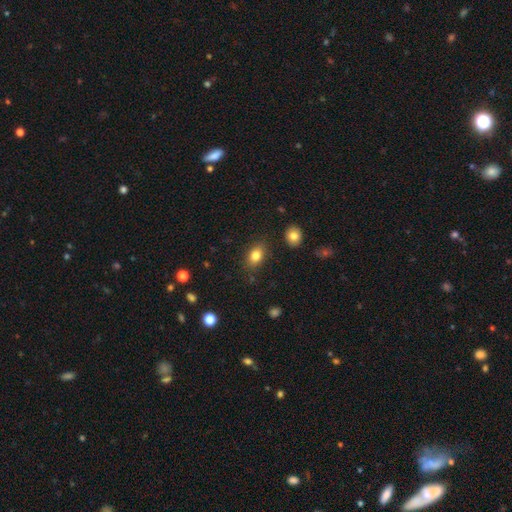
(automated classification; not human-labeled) smooth_or_featured: smooth (p=0.81) [alt: star or artifact p=0.09]
how_rounded: in between (p=0.82) [alt: round p=0.16]
merging: none (p=0.84) [alt: minor disturbance p=0.11]